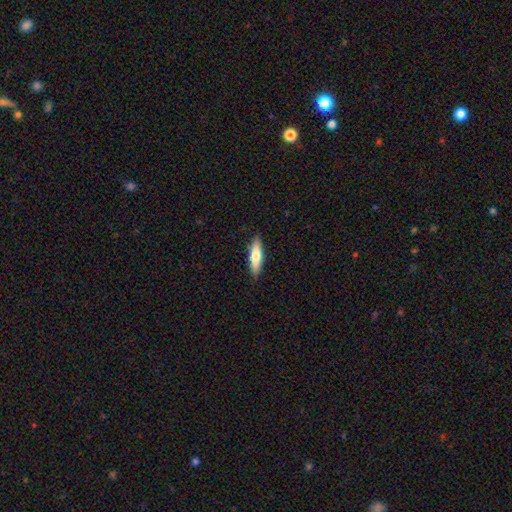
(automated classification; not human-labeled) The model was most divided on "how rounded": cigar-shaped: 66%, in between: 32%, round: 2%. More confident: merging — none (89%); smooth or featured — smooth (64%).